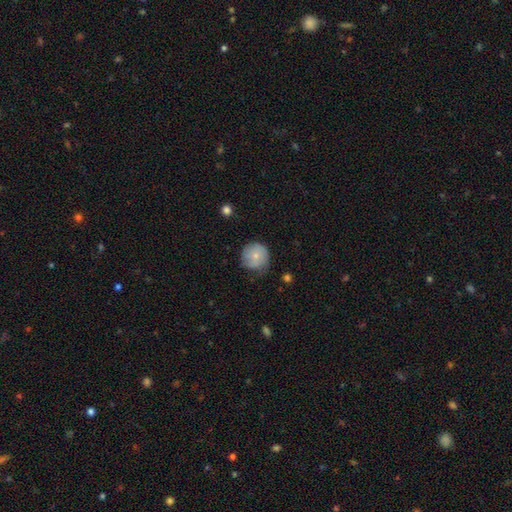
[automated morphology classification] Q: Smooth or featured?
A: smooth (72%); runner-up: featured or disk (20%)
Q: How rounded?
A: round (92%); runner-up: in between (7%)
Q: Merging?
A: none (60%); runner-up: minor disturbance (31%)